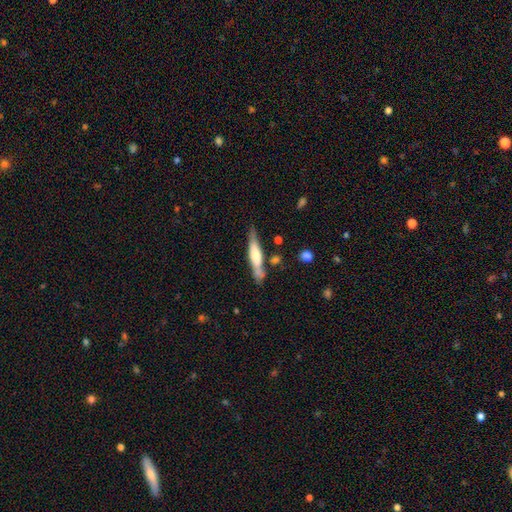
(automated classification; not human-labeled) This appears to be a featured or disk galaxy (48%). Merging: none (67%).